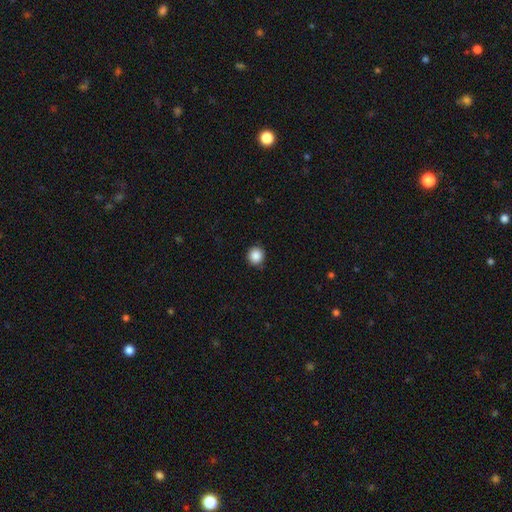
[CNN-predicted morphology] Smooth or featured? Predicted: smooth (p=0.87). How rounded? Predicted: round (p=0.92). Merging? Predicted: none (p=0.90).